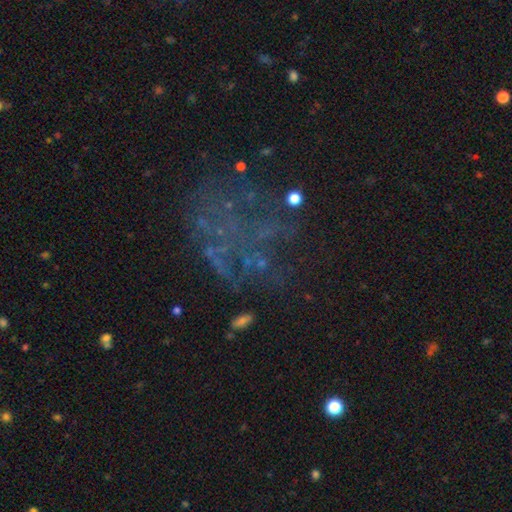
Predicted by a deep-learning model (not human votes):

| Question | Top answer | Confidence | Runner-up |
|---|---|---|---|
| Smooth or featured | featured or disk | 43% | star or artifact (39%) |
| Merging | none | 51% | major disturbance (29%) |